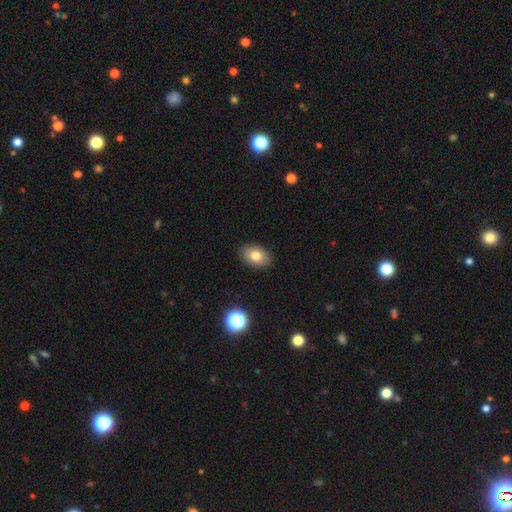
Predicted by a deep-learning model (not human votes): The model was most divided on "smooth or featured": smooth: 80%, featured or disk: 11%, star or artifact: 9%. More confident: merging — none (89%); how rounded — in between (85%).